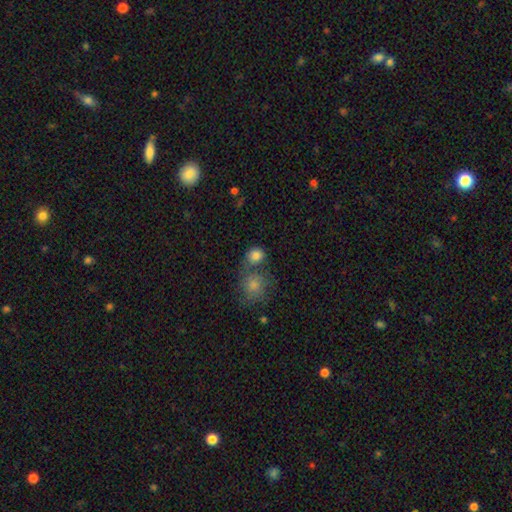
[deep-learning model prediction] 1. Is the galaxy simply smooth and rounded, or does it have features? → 83% smooth, 10% star or artifact, 7% featured or disk.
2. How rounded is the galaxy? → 76% round, 23% in between, 1% cigar-shaped.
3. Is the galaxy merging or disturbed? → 52% none, 32% merger, 11% minor disturbance, 5% major disturbance.